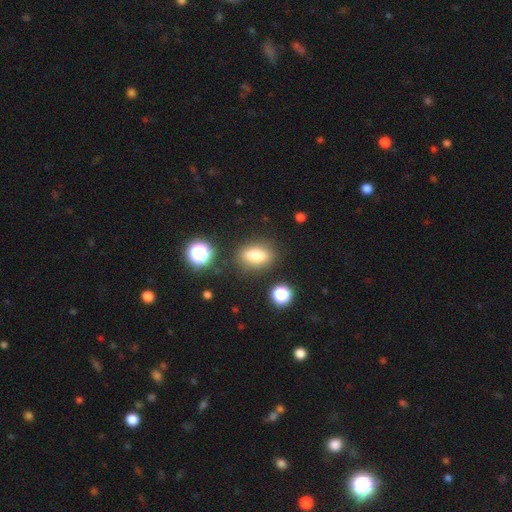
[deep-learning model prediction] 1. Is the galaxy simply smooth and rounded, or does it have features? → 76% smooth, 13% featured or disk, 11% star or artifact.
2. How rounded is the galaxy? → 76% in between, 14% round, 10% cigar-shaped.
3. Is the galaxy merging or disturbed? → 83% none, 10% minor disturbance, 3% major disturbance, 3% merger.